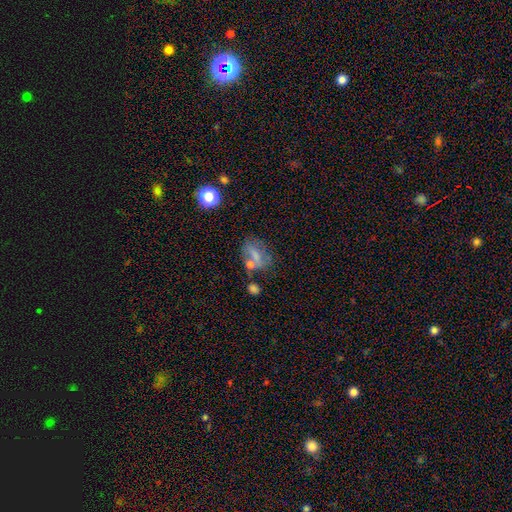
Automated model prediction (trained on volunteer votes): Smooth or featured: smooth — 57% (featured or disk — 28%)
How rounded: in between — 71% (round — 24%)
Merging: none — 42% (minor disturbance — 21%)